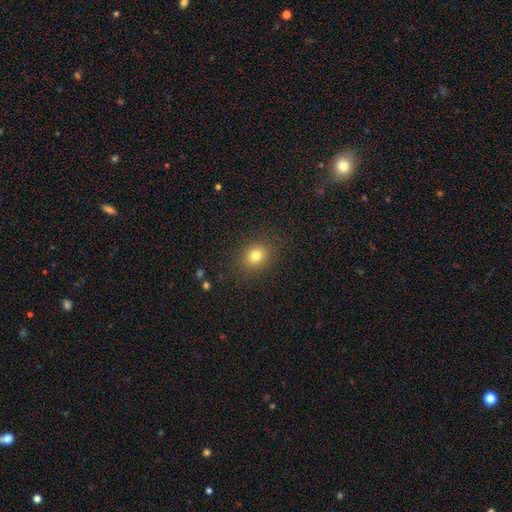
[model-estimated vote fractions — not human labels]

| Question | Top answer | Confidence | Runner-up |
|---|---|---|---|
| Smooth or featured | smooth | 78% | star or artifact (13%) |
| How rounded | round | 60% | in between (39%) |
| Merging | none | 87% | minor disturbance (8%) |